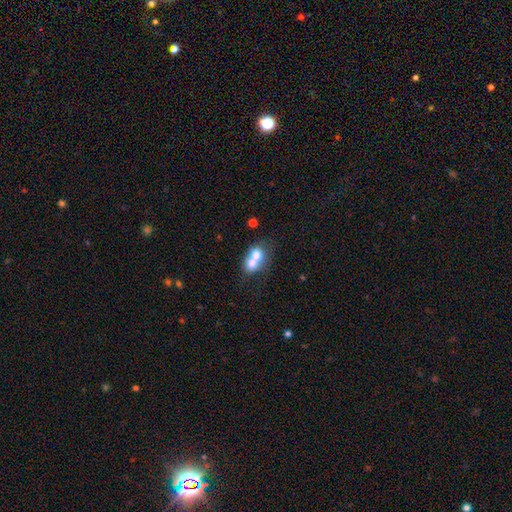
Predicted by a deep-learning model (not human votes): A smooth galaxy with no disk features (68%) that is round (60%).

Vote fractions:
- Smooth or featured? smooth: 68% / featured or disk: 23% / star or artifact: 10%
- How rounded? round: 60% / in between: 39% / cigar-shaped: 1%
- Merging? merger: 71% / none: 20% / minor disturbance: 5% / major disturbance: 3%